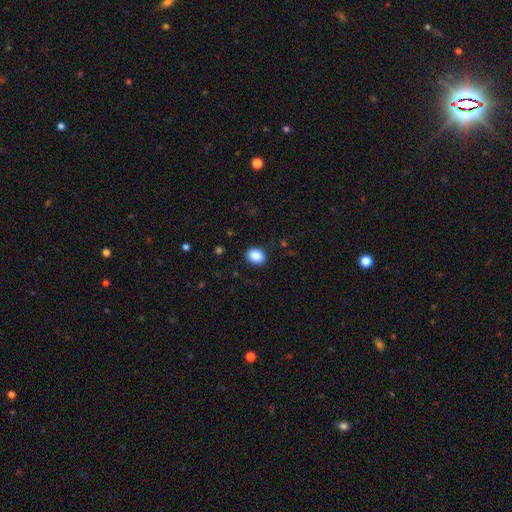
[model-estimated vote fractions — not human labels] Overall: smooth (88%). How rounded: in between (61%; round 38%). Merging: none (90%).